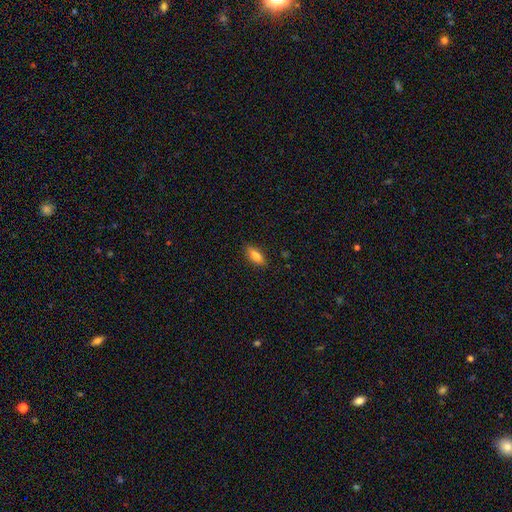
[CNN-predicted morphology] Smooth or featured? Predicted: smooth (p=0.84). How rounded? Predicted: in between (p=0.80). Merging? Predicted: none (p=0.87).